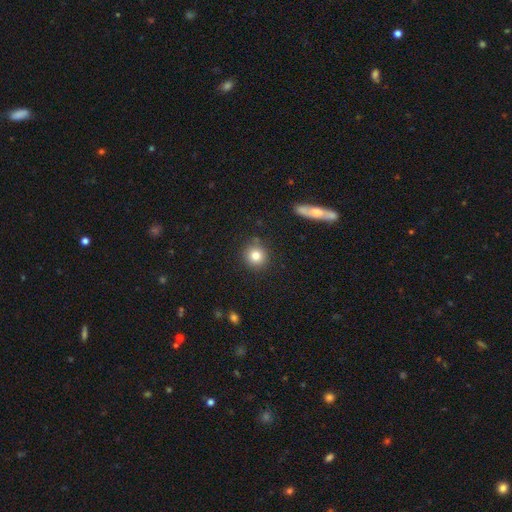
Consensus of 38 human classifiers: Volunteers were most divided on "merging": none: 84%, minor disturbance: 14%, merger: 3%, major disturbance: 0%. More confident: how rounded — round (100%); smooth or featured — smooth (92%).